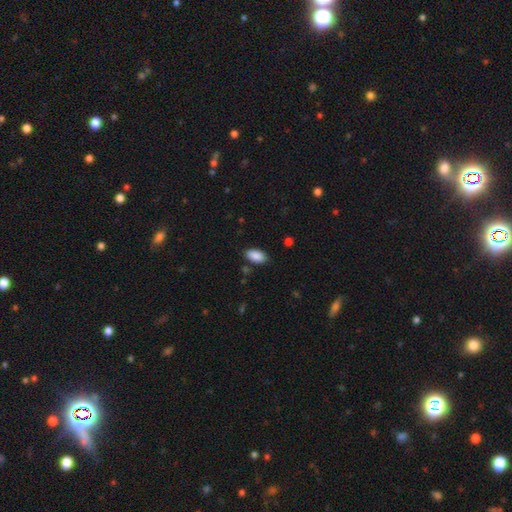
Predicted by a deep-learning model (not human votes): Overall: smooth (90%). How rounded: in between (94%). Merging: none (85%).